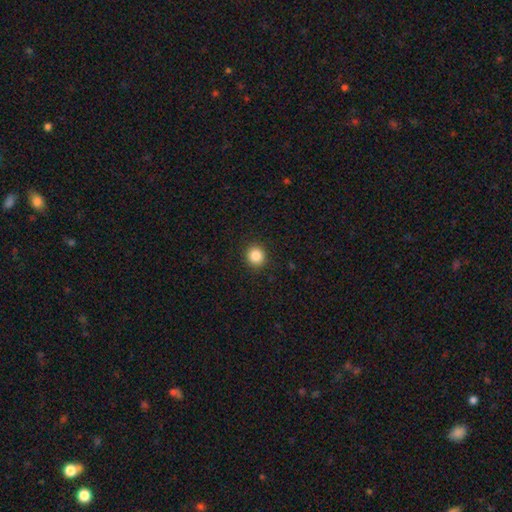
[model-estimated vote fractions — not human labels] Morphology: type=smooth (87%); roundness=round (90%); merging=none (92%).